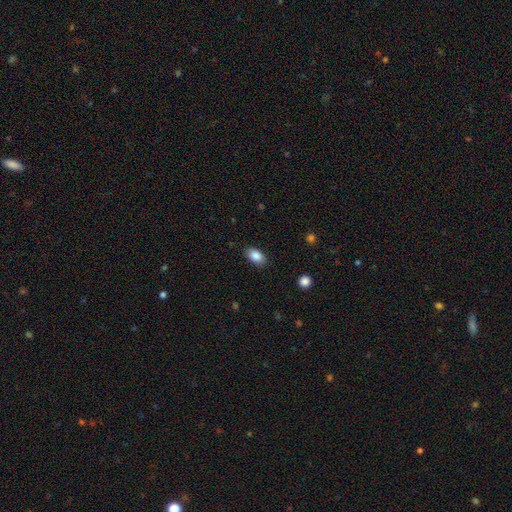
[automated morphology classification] smooth-or-featured: smooth: 88% | star or artifact: 8% | featured or disk: 5%
  how-rounded: in between: 91% | round: 7% | cigar-shaped: 2%
  merging: none: 85% | minor disturbance: 11% | major disturbance: 3% | merger: 1%